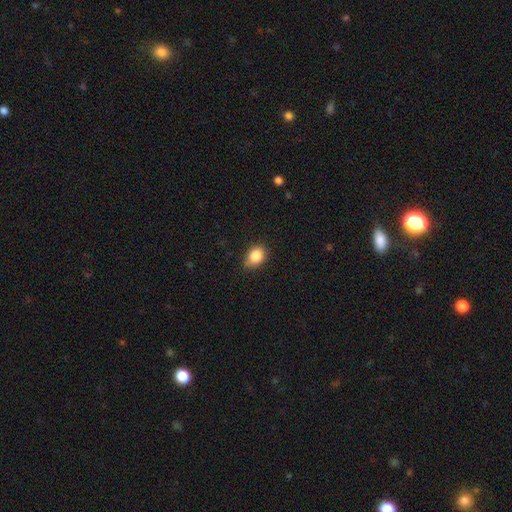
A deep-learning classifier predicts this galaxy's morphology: Smooth or featured: smooth — 86% (star or artifact — 9%)
How rounded: in between — 58% (round — 41%)
Merging: none — 76% (minor disturbance — 20%)